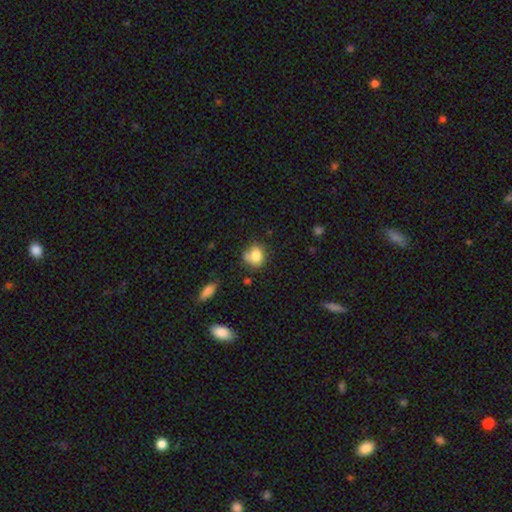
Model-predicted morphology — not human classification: This appears to be a smooth galaxy with no disk features (78%) that is round (55%). Merging: none (50%).